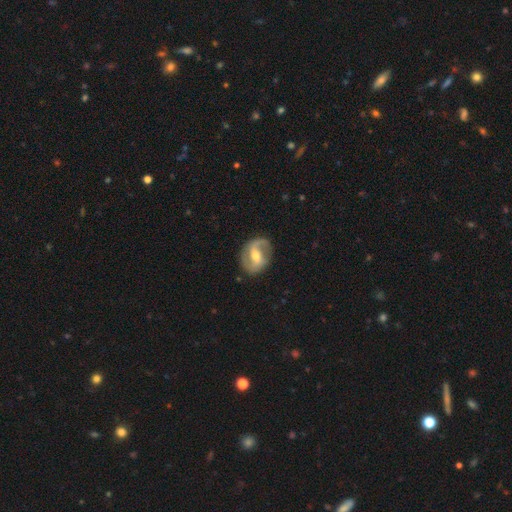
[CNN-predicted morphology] This is clearly a featured or disk galaxy (83%). It is clearly not viewed edge-on (97%). Bar: possibly weak (45%). Spiral arm pattern: clearly yes (92%). Spiral arm count: clearly 2 (88%). Spiral winding: possibly medium (49%). Central bulge: likely moderate (62%). Merging: clearly none (82%).